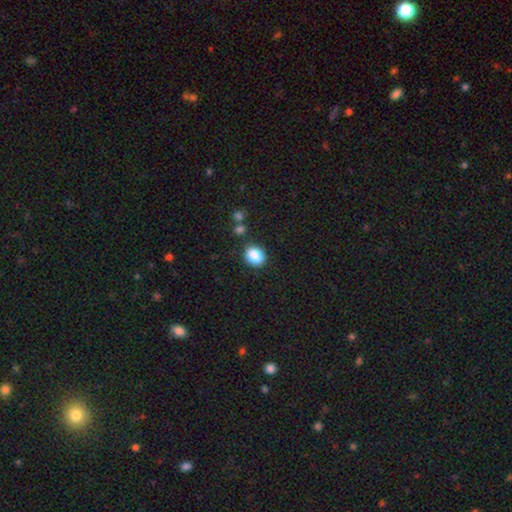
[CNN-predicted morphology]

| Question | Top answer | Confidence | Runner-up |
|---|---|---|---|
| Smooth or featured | smooth | 86% | star or artifact (9%) |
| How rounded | round | 53% | in between (47%) |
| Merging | none | 83% | minor disturbance (10%) |